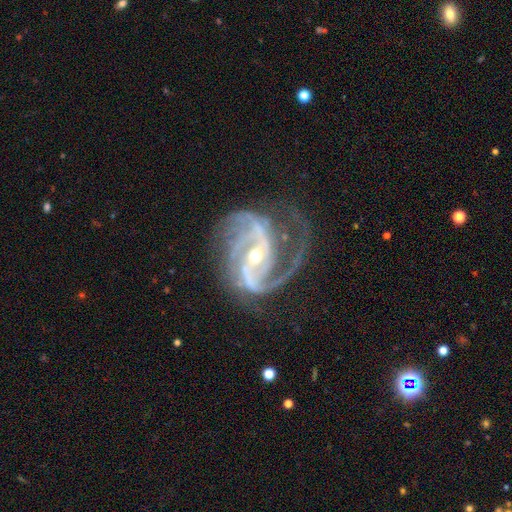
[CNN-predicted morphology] A featured or disk galaxy (93%) with a strong bar (39%), 2 (51%) medium (54%) spiral arms (98%) and a moderate central bulge (49%). Merging: none (58%).